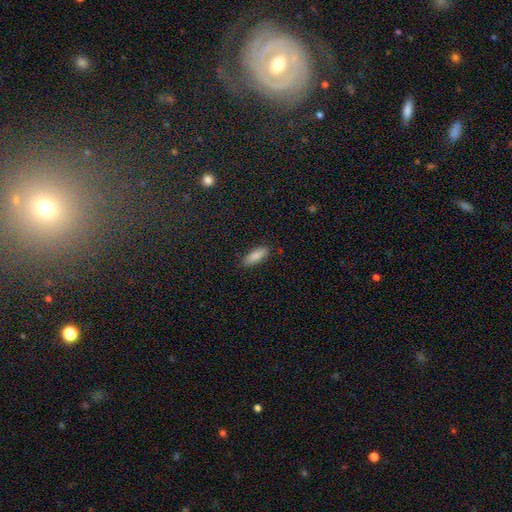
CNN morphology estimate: This appears to be a smooth galaxy with no disk features (86%) that is in between round and cigar-shaped (67%). Merging: none (86%).